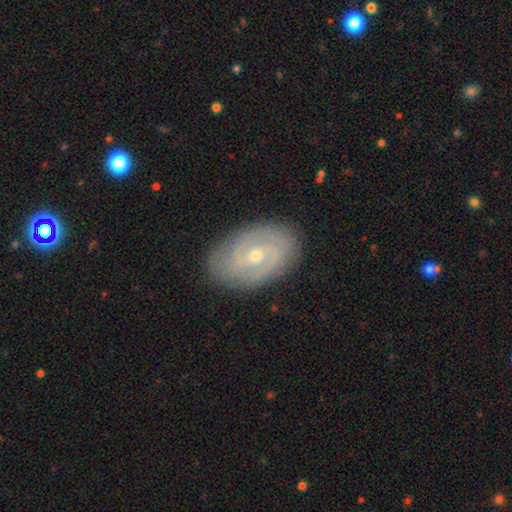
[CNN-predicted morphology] Q: Smooth or featured?
A: featured or disk (84%); runner-up: smooth (10%)
Q: Edge-on disk?
A: no (96%); runner-up: yes (4%)
Q: Bar?
A: no (51%); runner-up: weak (41%)
Q: Spiral arms?
A: yes (94%); runner-up: no (6%)
Q: Spiral winding?
A: tight (63%); runner-up: medium (30%)
Q: Spiral arm count?
A: 2 (66%); runner-up: can't tell (15%)
Q: Bulge size?
A: small (50%); runner-up: moderate (47%)
Q: Merging?
A: none (84%); runner-up: minor disturbance (12%)